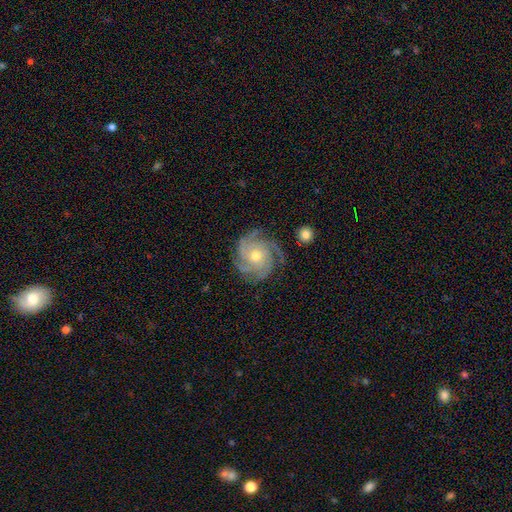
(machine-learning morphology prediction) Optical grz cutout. It shows a featured or disk galaxy (90%) with no bar (77%), 4 (38%) tight (71%) spiral arms (98%) and a moderate central bulge (56%). Merging: none (83%).